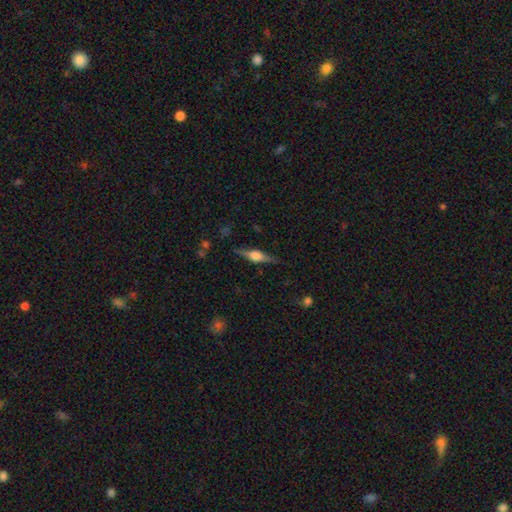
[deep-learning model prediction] Smooth or featured: featured or disk — 76% (smooth — 17%)
Edge-on disk: yes — 97% (no — 3%)
Edge-on bulge: rounded — 89% (boxy — 9%)
Merging: none — 87% (minor disturbance — 9%)